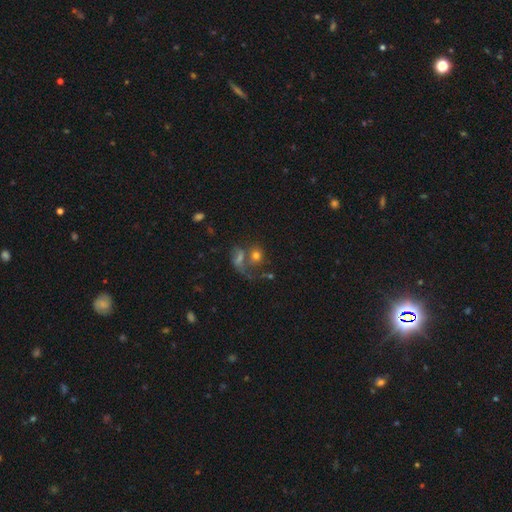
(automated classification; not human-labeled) Smooth or featured?
  - smooth: 61% *
  - featured or disk: 24%
  - star or artifact: 15%
How rounded?
  - round: 65% *
  - in between: 33%
  - cigar-shaped: 2%
Merging?
  - merger: 51% *
  - none: 26%
  - major disturbance: 14%
  - minor disturbance: 9%